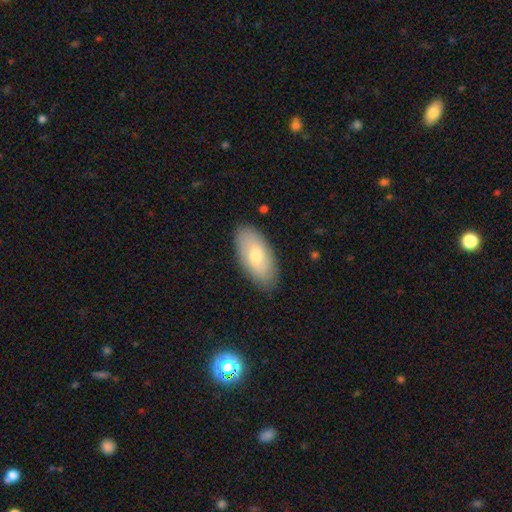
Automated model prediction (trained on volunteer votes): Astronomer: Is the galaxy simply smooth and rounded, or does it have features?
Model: smooth — 65%.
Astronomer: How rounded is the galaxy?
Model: in between — 92%.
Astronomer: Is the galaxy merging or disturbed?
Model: none — 85%.